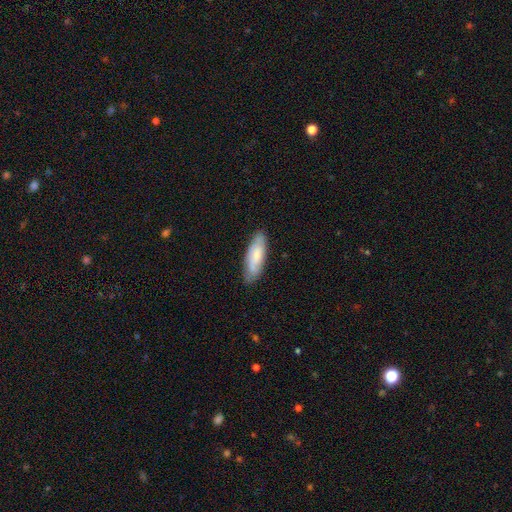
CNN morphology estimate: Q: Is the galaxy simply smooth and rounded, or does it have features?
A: smooth — 64%.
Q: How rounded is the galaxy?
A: in between — 63%.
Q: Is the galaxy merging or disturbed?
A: none — 80%.